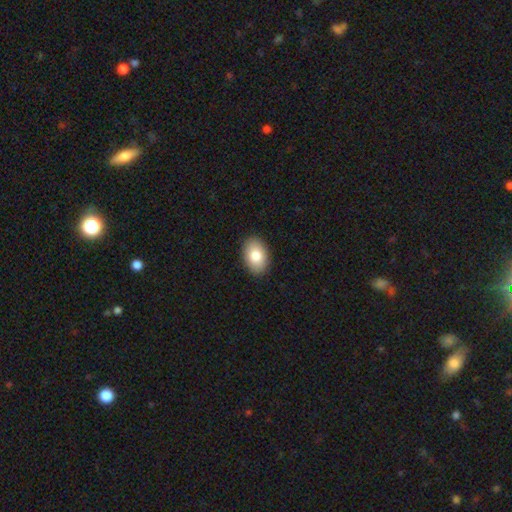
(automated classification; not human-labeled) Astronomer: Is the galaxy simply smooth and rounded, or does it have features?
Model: smooth — 83%.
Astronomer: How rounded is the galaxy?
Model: in between — 87%.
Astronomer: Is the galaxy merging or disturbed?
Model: none — 90%.